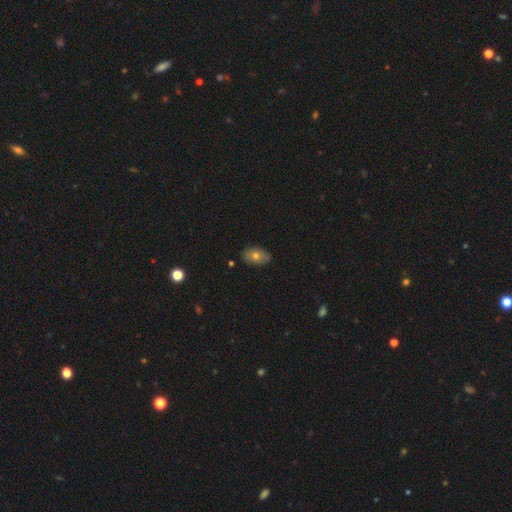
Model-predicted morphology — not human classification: smooth_or_featured: smooth (p=0.71) [alt: featured or disk p=0.20]
how_rounded: in between (p=0.85) [alt: round p=0.13]
merging: none (p=0.84) [alt: minor disturbance p=0.13]